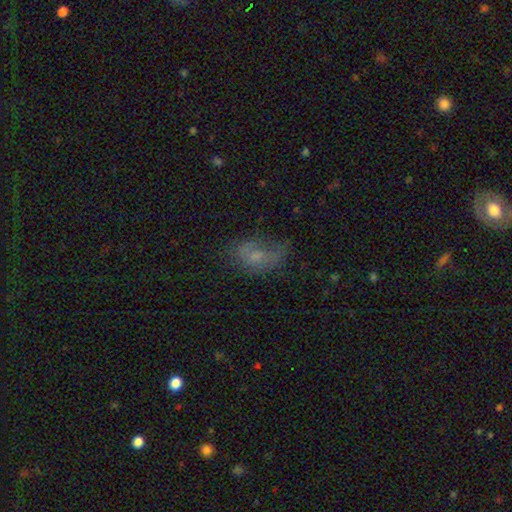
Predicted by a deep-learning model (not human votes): Smooth or featured?
  - smooth: 51% *
  - featured or disk: 33%
  - star or artifact: 16%
How rounded?
  - in between: 84% *
  - round: 13%
  - cigar-shaped: 3%
Merging?
  - none: 37% *
  - major disturbance: 32%
  - minor disturbance: 27%
  - merger: 4%